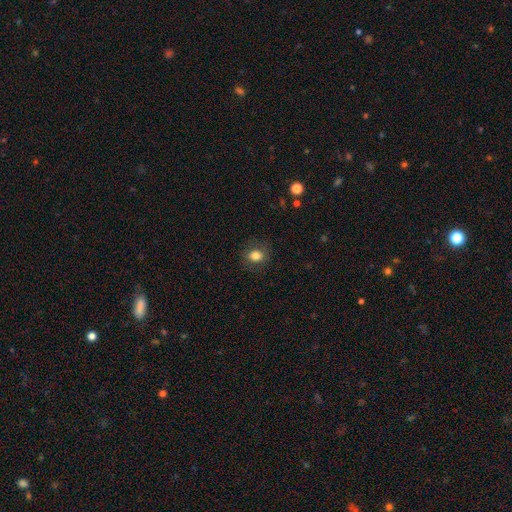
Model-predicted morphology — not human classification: smooth 81%, star or artifact 10%, featured or disk 9%. Down the decision tree: how rounded — round (55%); merging — none (82%).